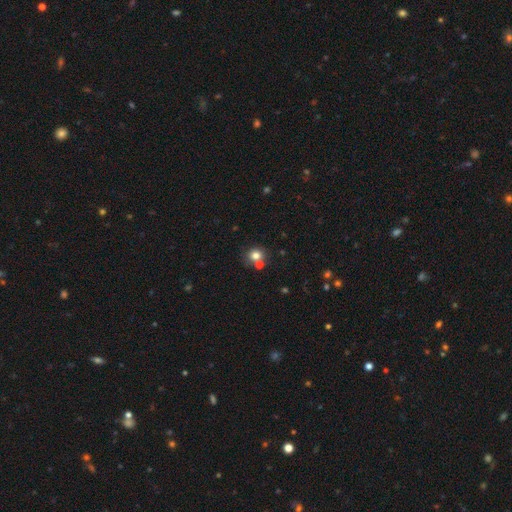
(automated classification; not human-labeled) Smooth or featured? smooth (77%)
How rounded? round (79%)
Merging? none (59%)